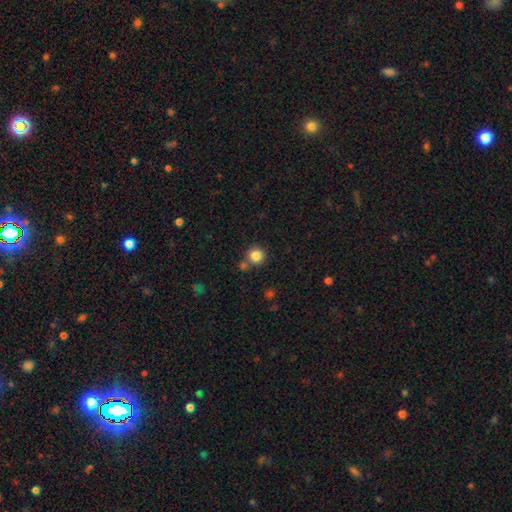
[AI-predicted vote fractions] This is clearly a smooth galaxy (85%). How rounded: clearly round (93%). Merging: likely none (73%).